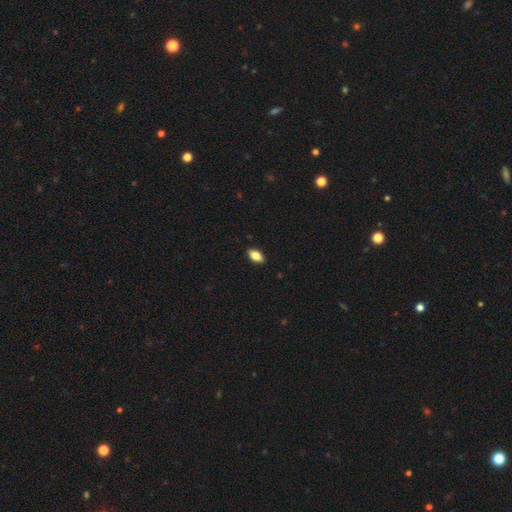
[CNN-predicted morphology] smooth-or-featured: smooth: 83% | featured or disk: 9% | star or artifact: 7%
  how-rounded: in between: 91% | cigar-shaped: 5% | round: 4%
  merging: none: 90% | minor disturbance: 8% | major disturbance: 2% | merger: 1%